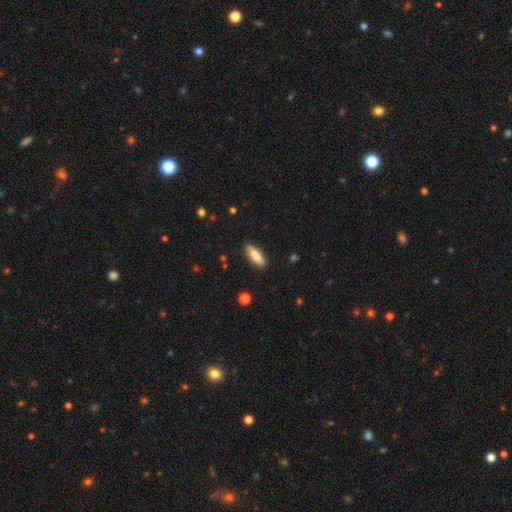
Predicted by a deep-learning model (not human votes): smooth-or-featured: smooth: 73% | featured or disk: 21% | star or artifact: 6%
  how-rounded: in between: 63% | cigar-shaped: 34% | round: 2%
  merging: none: 86% | minor disturbance: 10% | major disturbance: 2% | merger: 1%